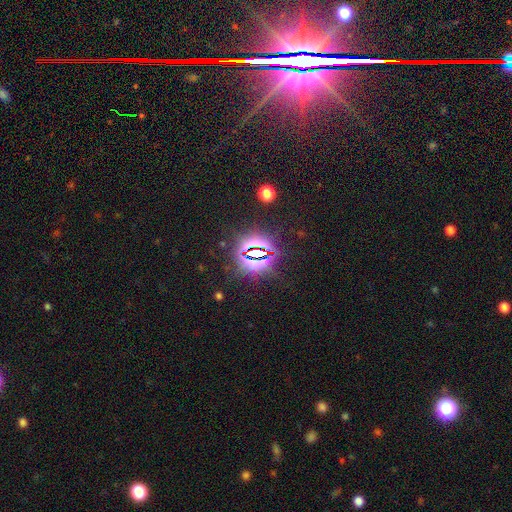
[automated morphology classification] A star or artifact, not a galaxy (79%).